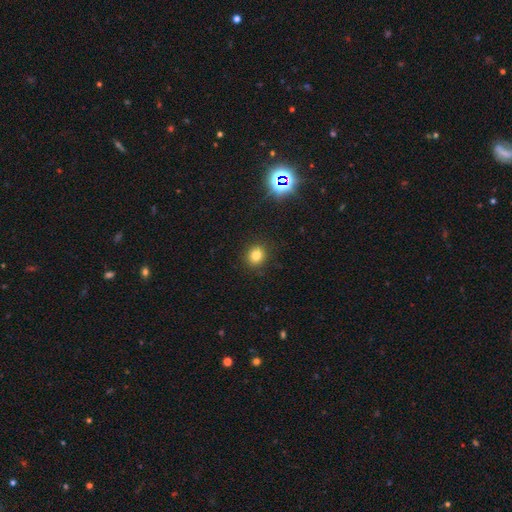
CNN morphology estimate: Q: Smooth or featured?
A: smooth (79%); runner-up: star or artifact (15%)
Q: How rounded?
A: round (79%); runner-up: in between (20%)
Q: Merging?
A: none (90%); runner-up: minor disturbance (7%)